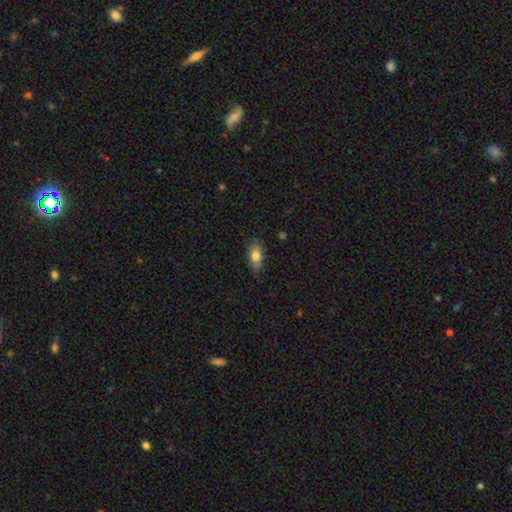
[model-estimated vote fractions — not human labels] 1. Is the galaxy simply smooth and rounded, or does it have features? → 77% smooth, 15% featured or disk, 8% star or artifact.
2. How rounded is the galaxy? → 83% in between, 12% cigar-shaped, 5% round.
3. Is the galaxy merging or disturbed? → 82% none, 15% minor disturbance, 3% major disturbance, 1% merger.